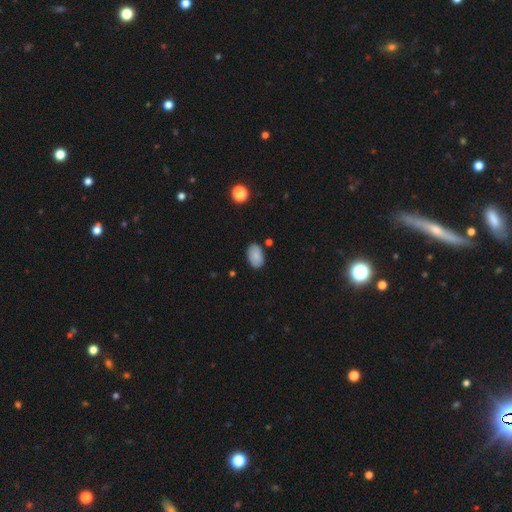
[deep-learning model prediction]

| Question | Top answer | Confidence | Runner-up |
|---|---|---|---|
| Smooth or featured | smooth | 84% | featured or disk (8%) |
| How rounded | in between | 91% | round (7%) |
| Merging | none | 81% | minor disturbance (13%) |